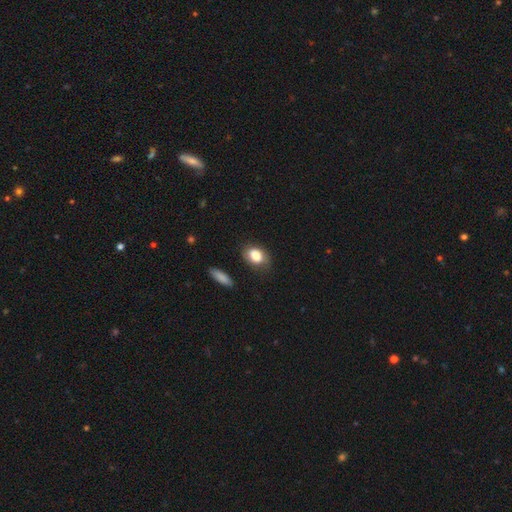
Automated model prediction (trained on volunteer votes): A smooth galaxy with no disk features (83%) that is in between round and cigar-shaped (72%). Merging: none (72%).